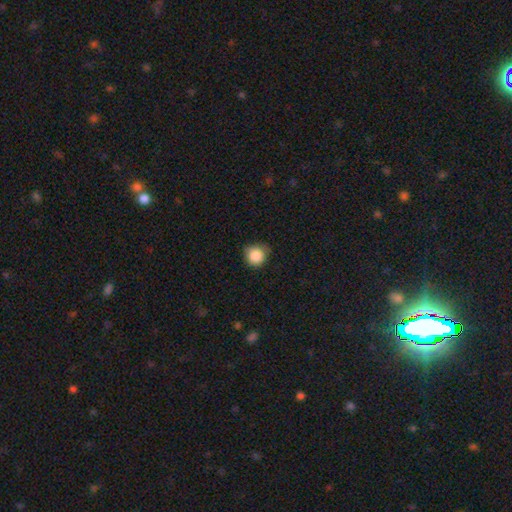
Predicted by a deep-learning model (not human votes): Smooth or featured: smooth — 86% (star or artifact — 10%)
How rounded: round — 90% (in between — 9%)
Merging: none — 72% (minor disturbance — 23%)